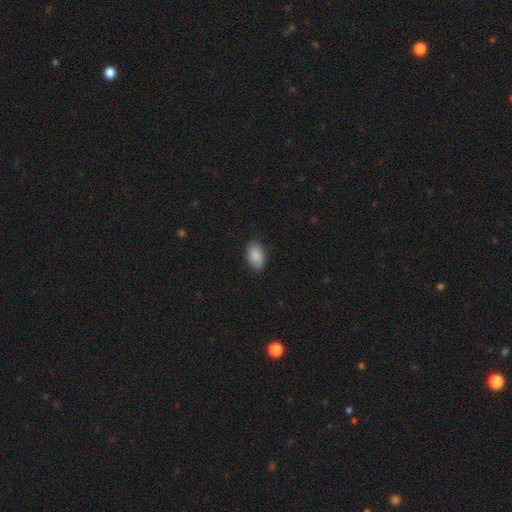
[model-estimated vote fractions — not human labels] Smooth or featured?
  - smooth: 83% *
  - featured or disk: 10%
  - star or artifact: 7%
How rounded?
  - in between: 92% *
  - round: 7%
  - cigar-shaped: 2%
Merging?
  - none: 77% *
  - minor disturbance: 19%
  - major disturbance: 3%
  - merger: 1%